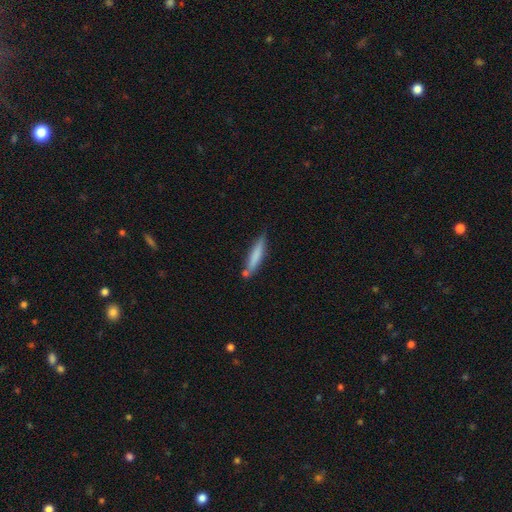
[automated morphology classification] smooth-or-featured: smooth: 70% | featured or disk: 24% | star or artifact: 6%
  how-rounded: cigar-shaped: 89% | in between: 10% | round: 1%
  merging: none: 67% | minor disturbance: 18% | merger: 11% | major disturbance: 4%